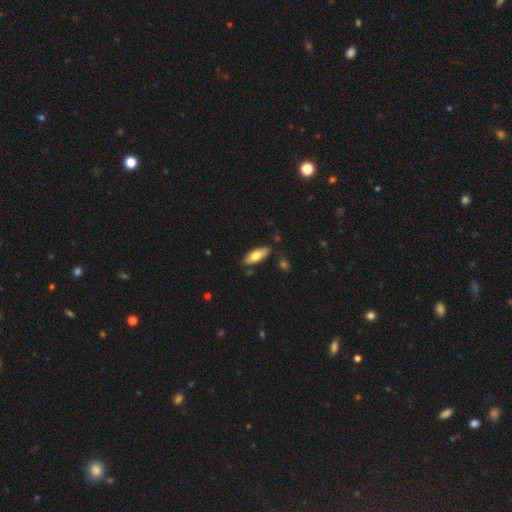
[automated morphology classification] type=smooth (69%); roundness=in between (70%); merging=none (83%).